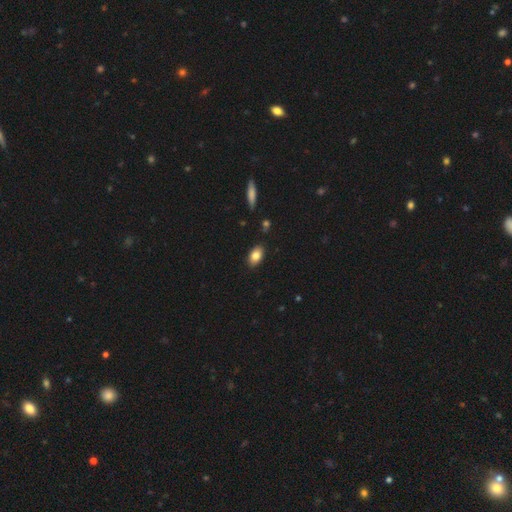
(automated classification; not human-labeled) smooth-or-featured: smooth: 83% | featured or disk: 9% | star or artifact: 8%
  how-rounded: in between: 90% | round: 7% | cigar-shaped: 2%
  merging: none: 87% | minor disturbance: 10% | major disturbance: 2% | merger: 2%